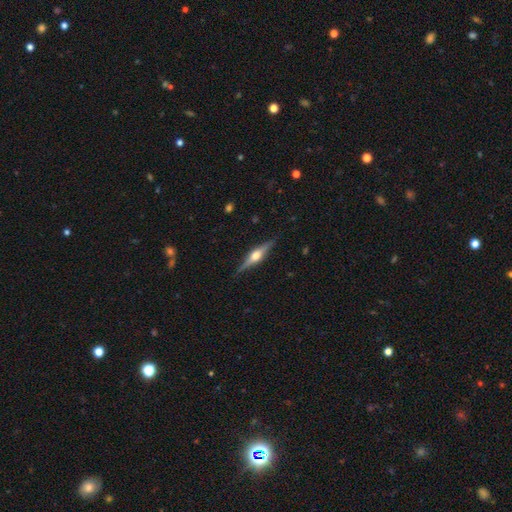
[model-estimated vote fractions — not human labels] A featured or disk galaxy (77%) viewed edge-on (98%) with a rounded central bulge (93%).

Vote fractions:
- Smooth or featured? featured or disk: 77% / smooth: 17% / star or artifact: 6%
- Edge-on disk? yes: 98% / no: 2%
- Edge-on bulge? rounded: 93% / boxy: 5% / none: 2%
- Merging? none: 89% / minor disturbance: 8% / major disturbance: 2% / merger: 1%